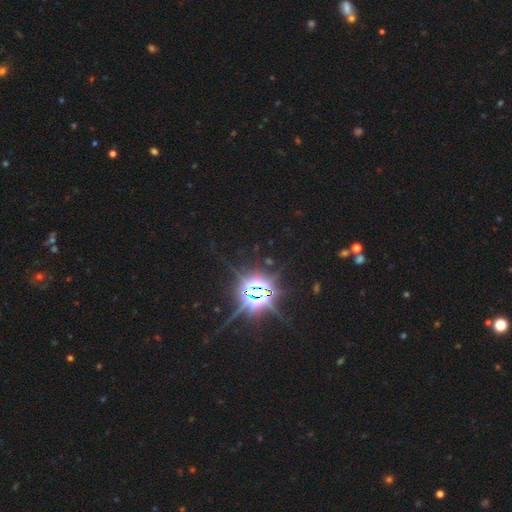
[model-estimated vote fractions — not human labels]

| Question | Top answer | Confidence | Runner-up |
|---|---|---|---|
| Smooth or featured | star or artifact | 86% | smooth (7%) |